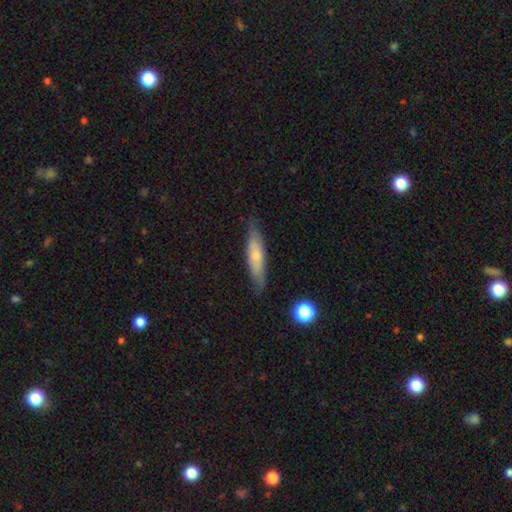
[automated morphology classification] A smooth galaxy with no disk features (60%) that is cigar-shaped (77%).

Vote fractions:
- Smooth or featured? smooth: 60% / featured or disk: 33% / star or artifact: 6%
- How rounded? cigar-shaped: 77% / in between: 21% / round: 2%
- Merging? none: 80% / minor disturbance: 16% / major disturbance: 3% / merger: 1%